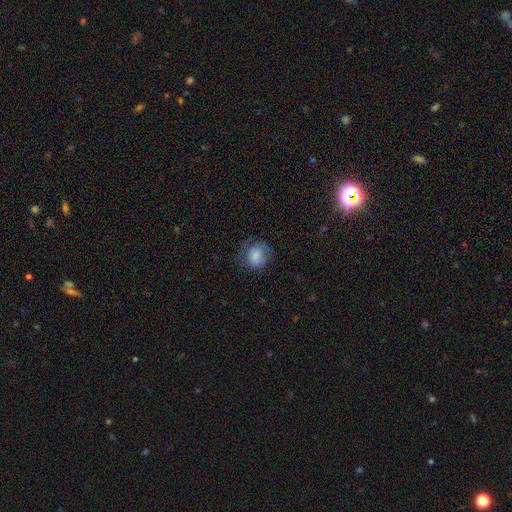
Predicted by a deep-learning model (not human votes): The model was most divided on "merging": none: 61%, minor disturbance: 24%, major disturbance: 14%, merger: 1%. More confident: smooth or featured — smooth (78%); how rounded — round (69%).